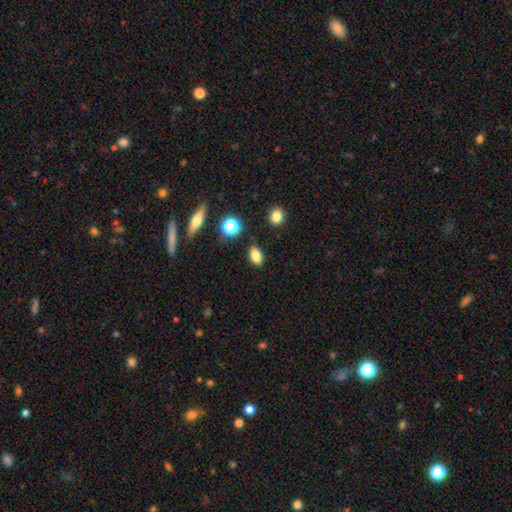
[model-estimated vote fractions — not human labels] Smooth or featured? Predicted: smooth (p=0.81). How rounded? Predicted: in between (p=0.82). Merging? Predicted: none (p=0.85).